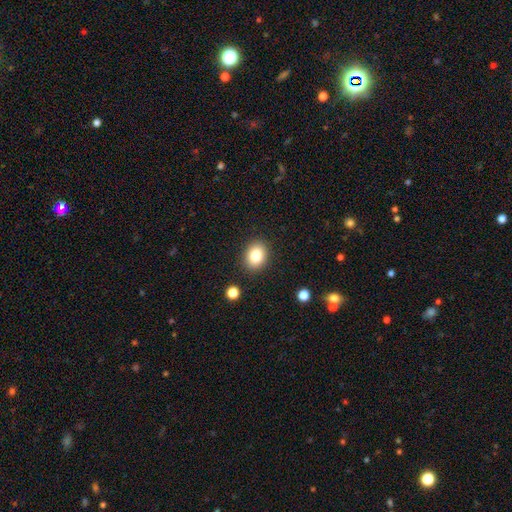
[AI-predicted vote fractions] smooth_or_featured: smooth (p=0.82) [alt: star or artifact p=0.10]
how_rounded: in between (p=0.53) [alt: round p=0.46]
merging: none (p=0.88) [alt: minor disturbance p=0.08]